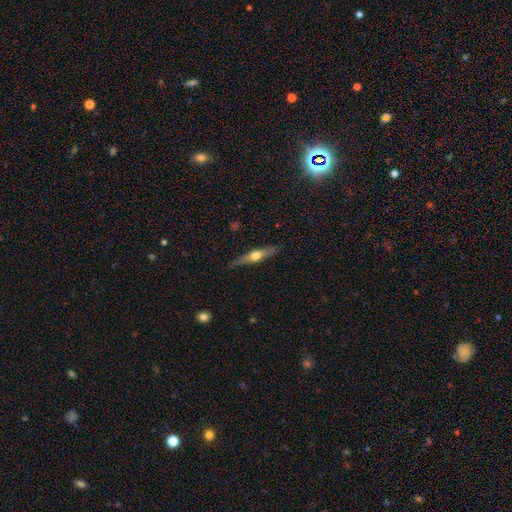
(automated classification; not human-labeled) A featured or disk galaxy (57%) viewed edge-on (94%) with a rounded central bulge (91%). Merging: none (85%).